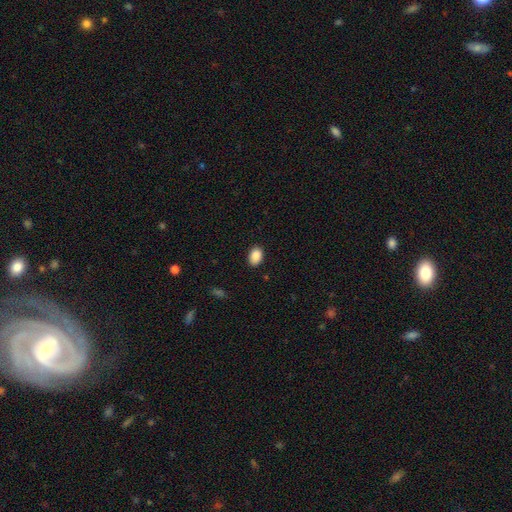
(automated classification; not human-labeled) A smooth galaxy with no disk features (89%) that is in between round and cigar-shaped (81%).

Vote fractions:
- Smooth or featured? smooth: 89% / star or artifact: 8% / featured or disk: 3%
- How rounded? in between: 81% / round: 18% / cigar-shaped: 1%
- Merging? none: 88% / minor disturbance: 9% / major disturbance: 2% / merger: 1%